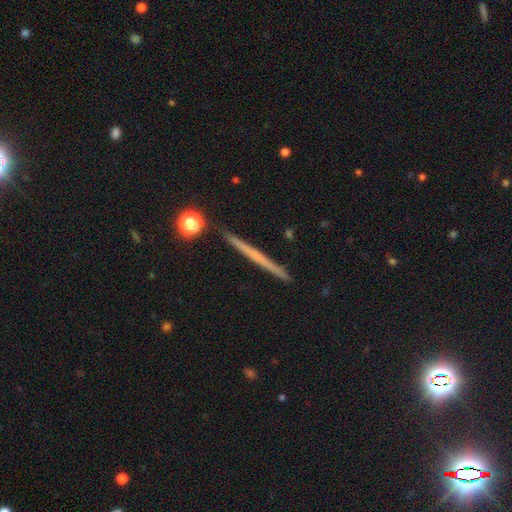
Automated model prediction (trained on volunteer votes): Smooth or featured? featured or disk (52%)
Edge-on disk? yes (98%)
Edge-on bulge? none (90%)
Merging? none (92%)